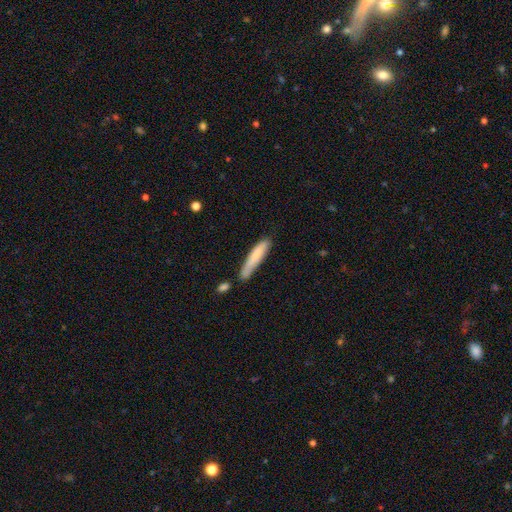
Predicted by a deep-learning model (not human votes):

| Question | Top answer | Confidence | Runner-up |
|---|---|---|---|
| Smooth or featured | smooth | 77% | featured or disk (17%) |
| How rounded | cigar-shaped | 90% | in between (9%) |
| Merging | none | 64% | minor disturbance (23%) |